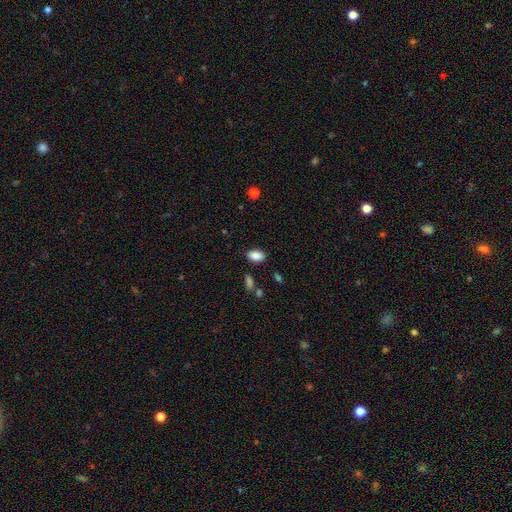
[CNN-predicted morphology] Q: Smooth or featured?
A: smooth (87%); runner-up: star or artifact (8%)
Q: How rounded?
A: in between (90%); runner-up: round (8%)
Q: Merging?
A: none (84%); runner-up: minor disturbance (10%)